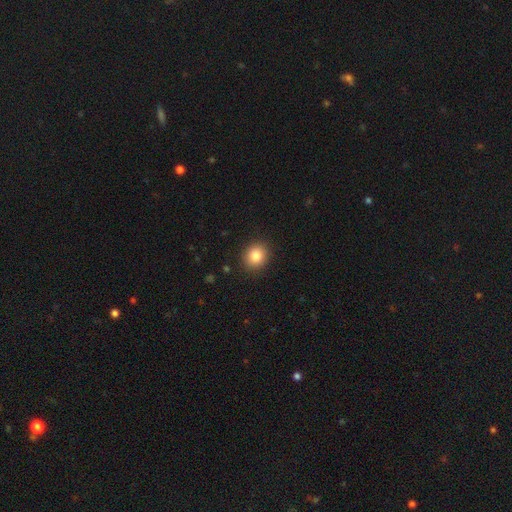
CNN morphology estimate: smooth_or_featured: smooth (p=0.85) [alt: star or artifact p=0.10]
how_rounded: round (p=0.75) [alt: in between p=0.24]
merging: none (p=0.90) [alt: minor disturbance p=0.07]